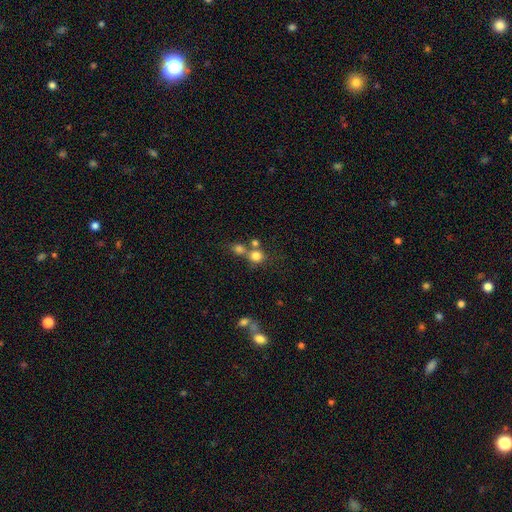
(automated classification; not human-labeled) A smooth galaxy with no disk features (76%) that is round (85%). Merging: none (46%).